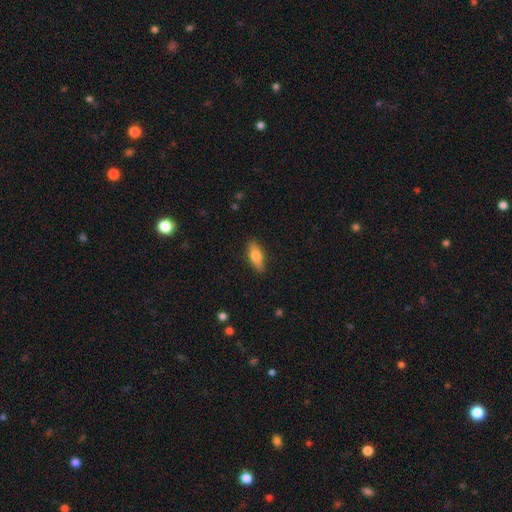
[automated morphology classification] smooth 68%, featured or disk 25%, star or artifact 7%. Down the decision tree: how rounded — in between (69%); merging — none (87%).